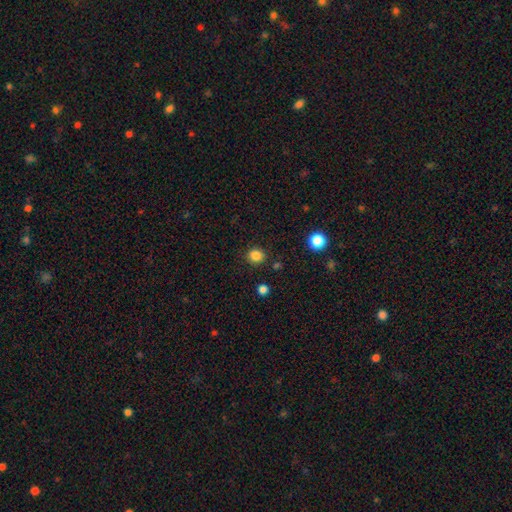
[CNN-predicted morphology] smooth-or-featured: smooth: 85% | star or artifact: 12% | featured or disk: 4%
  how-rounded: round: 82% | in between: 17% | cigar-shaped: 1%
  merging: none: 89% | minor disturbance: 7% | major disturbance: 2% | merger: 2%